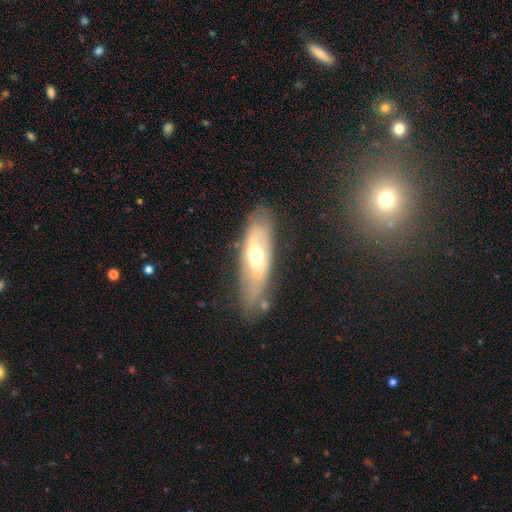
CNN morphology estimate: The model was most divided on "smooth or featured": featured or disk: 57%, smooth: 37%, star or artifact: 6%. More confident: edge-on disk — no (74%); merging — none (66%).